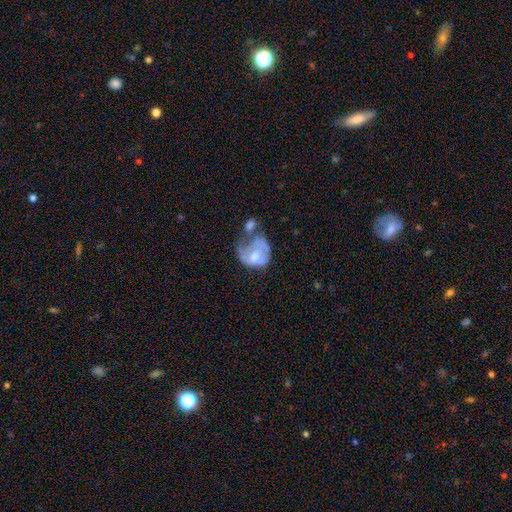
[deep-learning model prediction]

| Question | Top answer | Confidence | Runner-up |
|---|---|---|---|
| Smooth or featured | smooth | 47% | featured or disk (45%) |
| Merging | major disturbance | 35% | merger (29%) |